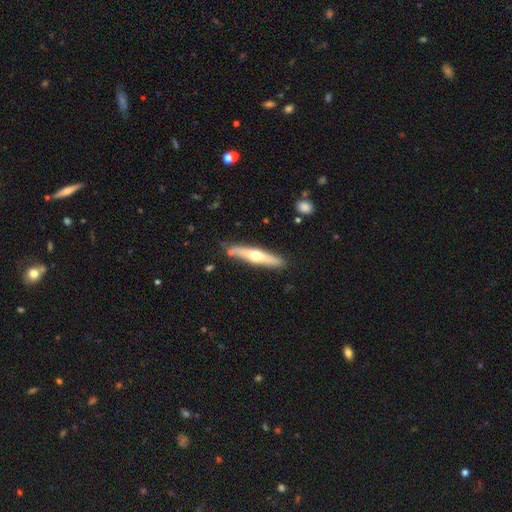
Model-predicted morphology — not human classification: Smooth or featured? Predicted: featured or disk (p=0.56). Edge-on disk? Predicted: yes (p=0.92). Edge-on bulge? Predicted: rounded (p=0.92). Merging? Predicted: none (p=0.86).